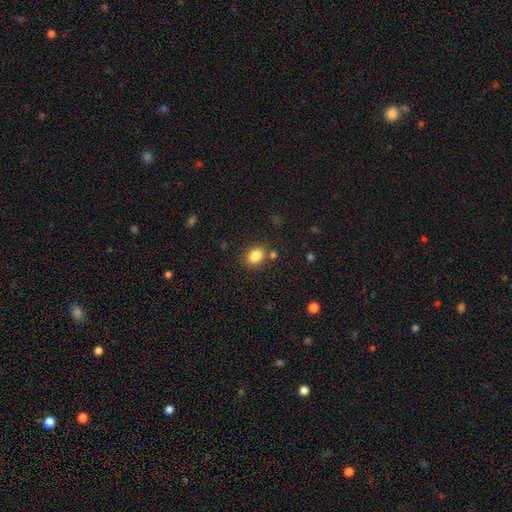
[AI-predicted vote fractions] smooth-or-featured: smooth: 86% | star or artifact: 9% | featured or disk: 5%
  how-rounded: in between: 76% | round: 22% | cigar-shaped: 1%
  merging: none: 78% | minor disturbance: 12% | merger: 7% | major disturbance: 4%